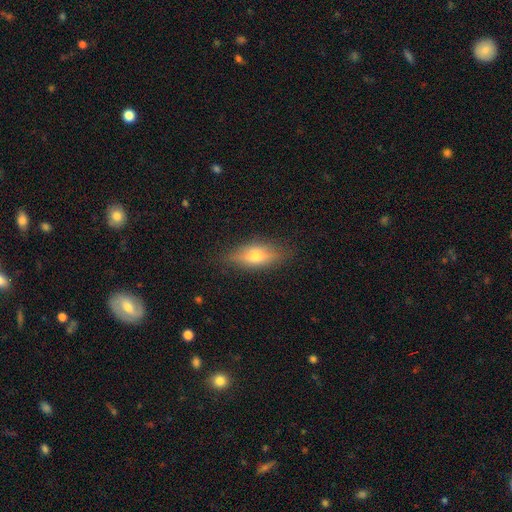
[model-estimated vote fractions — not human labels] Smooth or featured? smooth (53%)
How rounded? in between (66%)
Merging? none (82%)